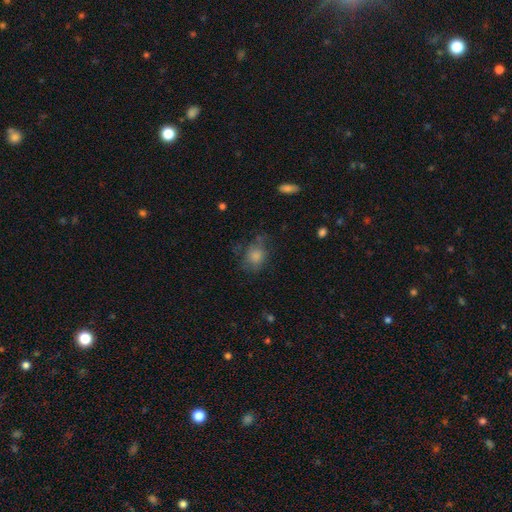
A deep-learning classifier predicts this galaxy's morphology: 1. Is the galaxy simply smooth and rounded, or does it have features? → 77% smooth, 12% featured or disk, 10% star or artifact.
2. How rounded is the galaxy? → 56% round, 43% in between, 1% cigar-shaped.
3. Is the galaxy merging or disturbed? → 57% none, 25% minor disturbance, 15% major disturbance, 3% merger.